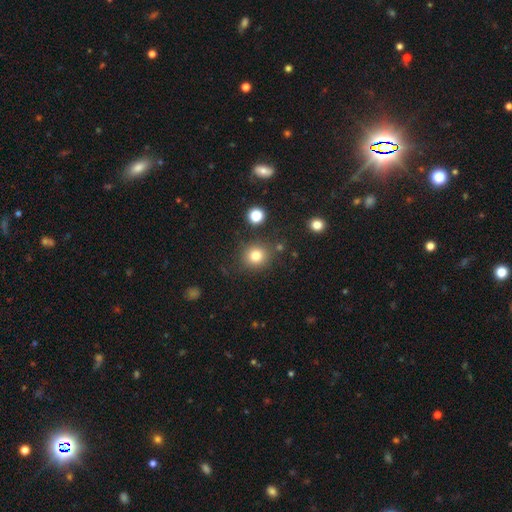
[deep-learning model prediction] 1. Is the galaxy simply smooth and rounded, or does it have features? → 81% smooth, 13% star or artifact, 7% featured or disk.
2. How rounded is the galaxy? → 88% round, 12% in between, 1% cigar-shaped.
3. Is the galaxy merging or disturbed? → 83% none, 9% minor disturbance, 5% merger, 3% major disturbance.